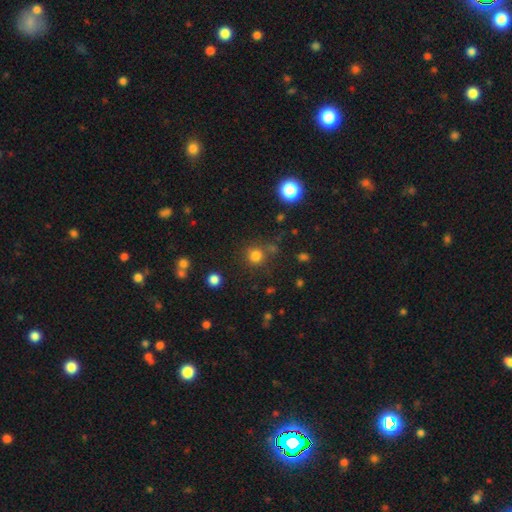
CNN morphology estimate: This is likely a smooth galaxy (78%). How rounded: clearly round (92%). Merging: likely none (76%).